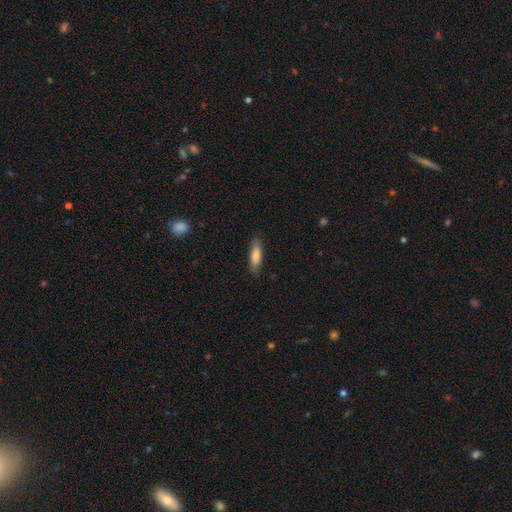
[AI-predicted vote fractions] Q: Smooth or featured?
A: smooth (83%); runner-up: featured or disk (11%)
Q: How rounded?
A: cigar-shaped (54%); runner-up: in between (44%)
Q: Merging?
A: none (83%); runner-up: minor disturbance (13%)